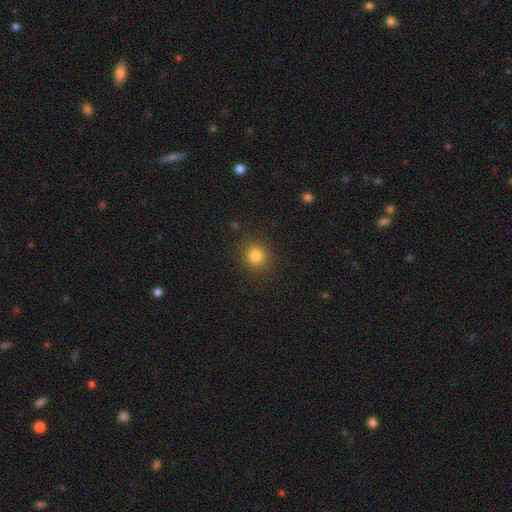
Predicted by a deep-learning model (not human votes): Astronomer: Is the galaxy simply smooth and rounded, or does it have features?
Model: smooth — 82%.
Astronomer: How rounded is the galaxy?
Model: round — 86%.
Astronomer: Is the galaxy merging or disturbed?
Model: none — 88%.